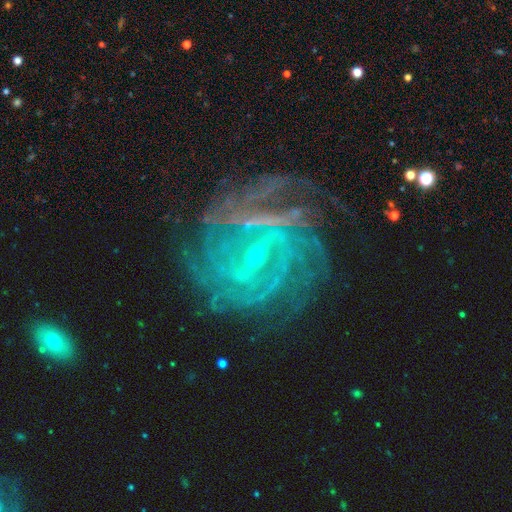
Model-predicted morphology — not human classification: Q: Smooth or featured?
A: featured or disk (86%); runner-up: star or artifact (9%)
Q: Edge-on disk?
A: no (96%); runner-up: yes (4%)
Q: Bar?
A: strong (50%); runner-up: weak (36%)
Q: Spiral arms?
A: yes (94%); runner-up: no (6%)
Q: Spiral winding?
A: tight (60%); runner-up: medium (31%)
Q: Spiral arm count?
A: can't tell (30%); runner-up: 4 (19%)
Q: Bulge size?
A: small (81%); runner-up: moderate (10%)
Q: Merging?
A: none (68%); runner-up: minor disturbance (16%)